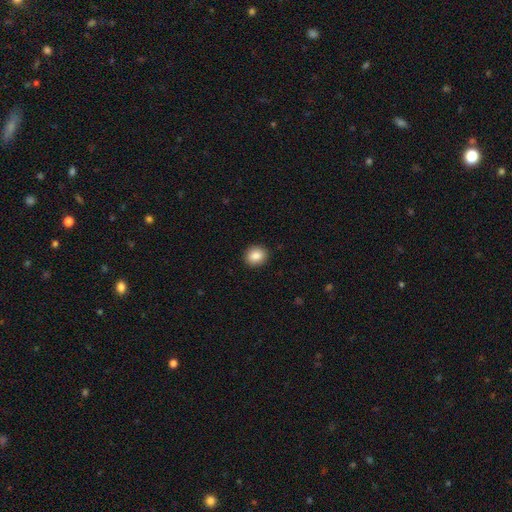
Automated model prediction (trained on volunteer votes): Smooth or featured?
  - smooth: 86% *
  - star or artifact: 9%
  - featured or disk: 5%
How rounded?
  - round: 77% *
  - in between: 22%
  - cigar-shaped: 1%
Merging?
  - none: 92% *
  - minor disturbance: 6%
  - major disturbance: 2%
  - merger: 1%